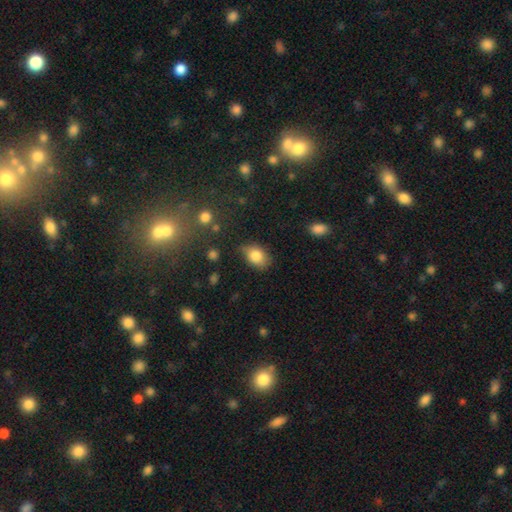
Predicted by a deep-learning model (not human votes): This appears to be a smooth galaxy with no disk features (83%) that is in between round and cigar-shaped (76%). Merging: none (66%).